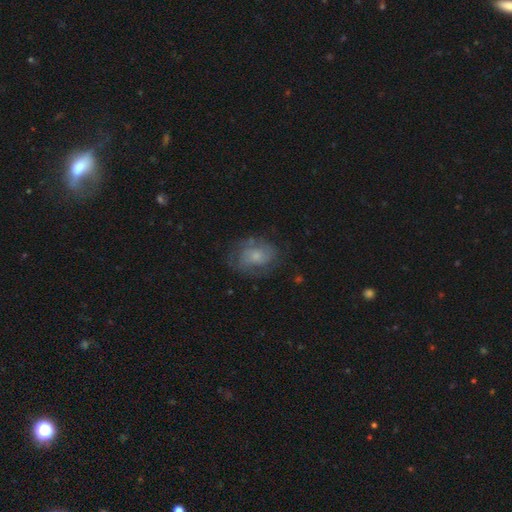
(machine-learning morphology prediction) This is possibly a featured or disk galaxy (46%). Merging: likely none (61%).